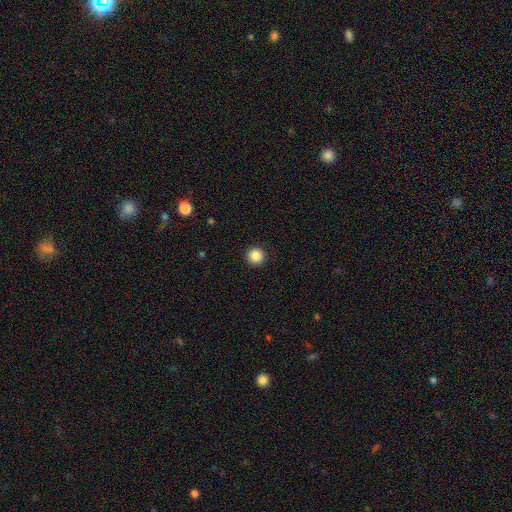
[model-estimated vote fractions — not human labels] This appears to be a smooth galaxy with no disk features (87%) that is round (95%). Merging: none (93%).